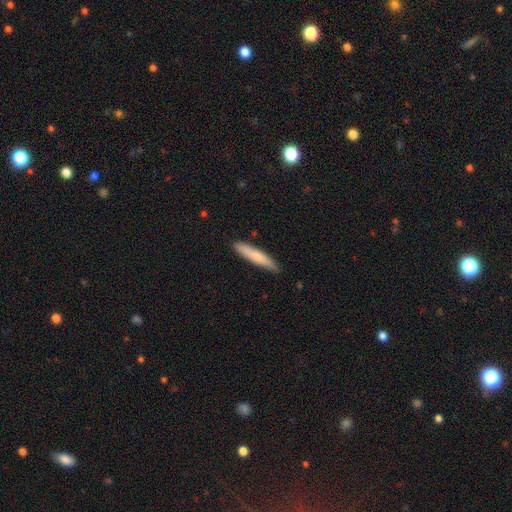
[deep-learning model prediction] Smooth or featured? smooth (72%)
How rounded? cigar-shaped (91%)
Merging? none (86%)